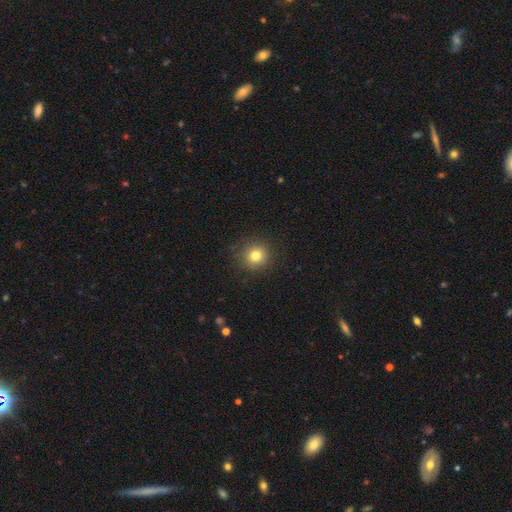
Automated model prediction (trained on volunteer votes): Smooth or featured: smooth — 80% (star or artifact — 13%)
How rounded: round — 91% (in between — 8%)
Merging: none — 89% (minor disturbance — 7%)